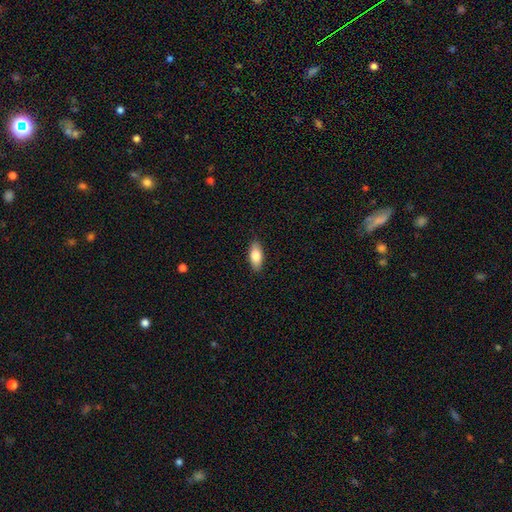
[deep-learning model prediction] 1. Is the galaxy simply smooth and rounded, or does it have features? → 81% smooth, 13% featured or disk, 6% star or artifact.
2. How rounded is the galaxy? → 86% in between, 11% cigar-shaped, 3% round.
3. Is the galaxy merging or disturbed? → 88% none, 9% minor disturbance, 2% major disturbance, 1% merger.